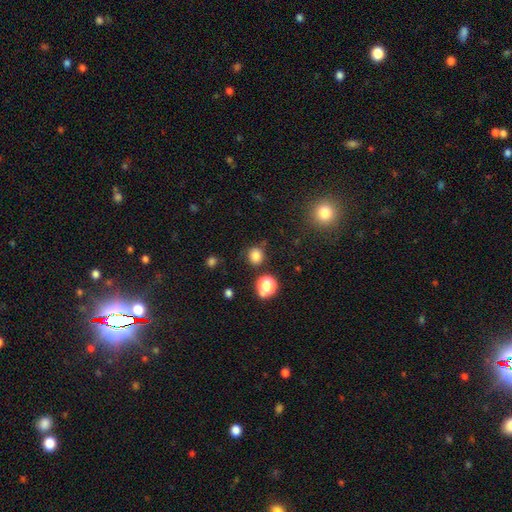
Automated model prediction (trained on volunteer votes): Overall: smooth (78%). How rounded: round (86%). Merging: none (79%).